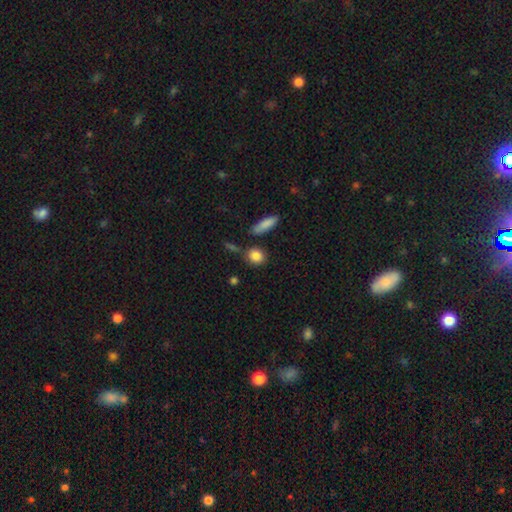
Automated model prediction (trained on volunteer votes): This is clearly a smooth galaxy (86%). How rounded: likely round (69%). Merging: likely none (74%).